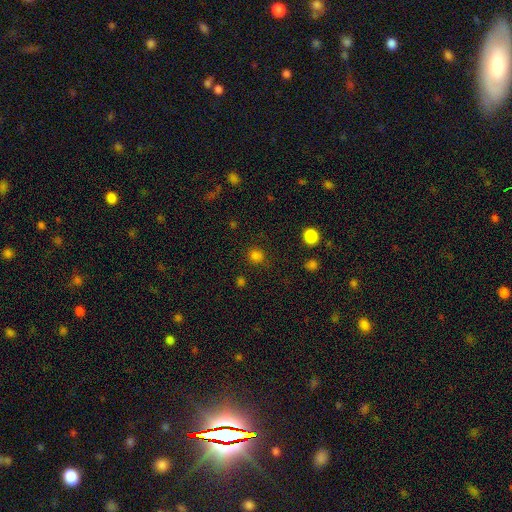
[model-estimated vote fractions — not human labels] Smooth or featured?
  - smooth: 79% *
  - star or artifact: 18%
  - featured or disk: 4%
How rounded?
  - round: 88% *
  - in between: 11%
  - cigar-shaped: 1%
Merging?
  - none: 83% *
  - minor disturbance: 10%
  - major disturbance: 4%
  - merger: 3%